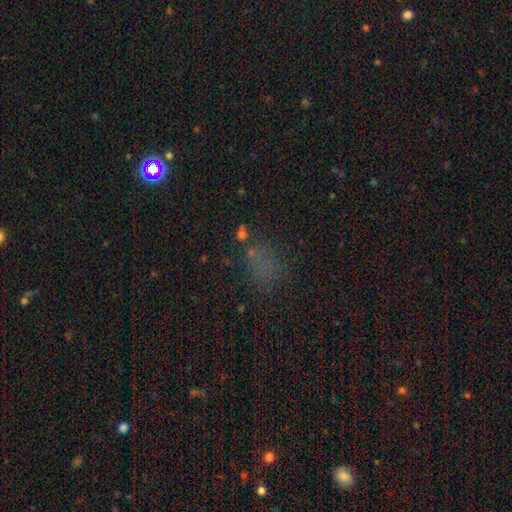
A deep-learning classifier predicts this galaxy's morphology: Smooth or featured?
  - smooth: 51% *
  - star or artifact: 37%
  - featured or disk: 12%
How rounded?
  - in between: 61% *
  - round: 36%
  - cigar-shaped: 3%
Merging?
  - none: 60% *
  - minor disturbance: 17%
  - major disturbance: 13%
  - merger: 10%